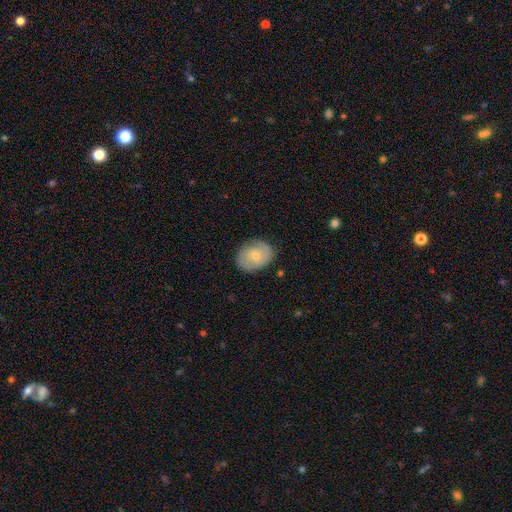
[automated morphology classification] type=smooth (52%); roundness=in between (60%); merging=none (77%).